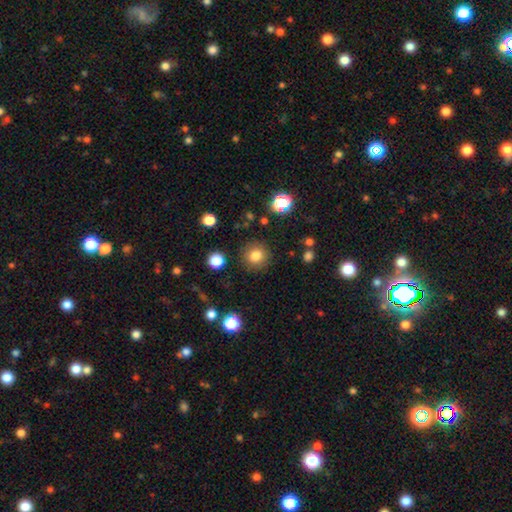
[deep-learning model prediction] The model was most divided on "smooth or featured": smooth: 81%, star or artifact: 12%, featured or disk: 7%. More confident: how rounded — round (93%); merging — none (88%).